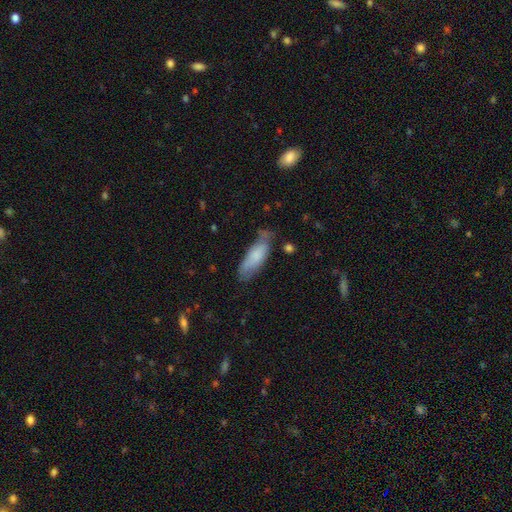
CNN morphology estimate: Smooth or featured?
  - smooth: 76% *
  - featured or disk: 17%
  - star or artifact: 6%
How rounded?
  - in between: 62% *
  - cigar-shaped: 37%
  - round: 2%
Merging?
  - none: 56% *
  - minor disturbance: 32%
  - major disturbance: 9%
  - merger: 3%